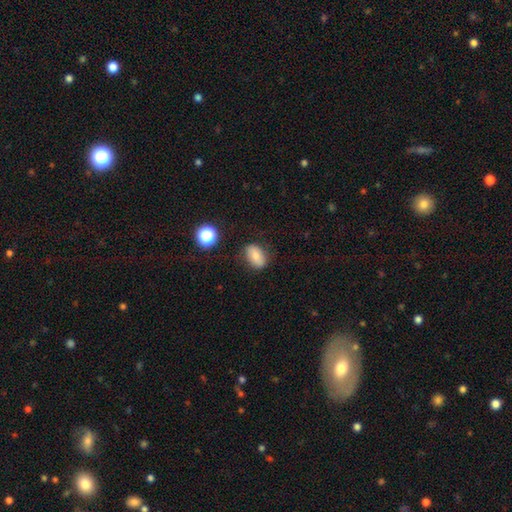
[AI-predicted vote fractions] Smooth or featured: smooth — 76% (featured or disk — 14%)
How rounded: in between — 85% (round — 14%)
Merging: none — 80% (minor disturbance — 14%)